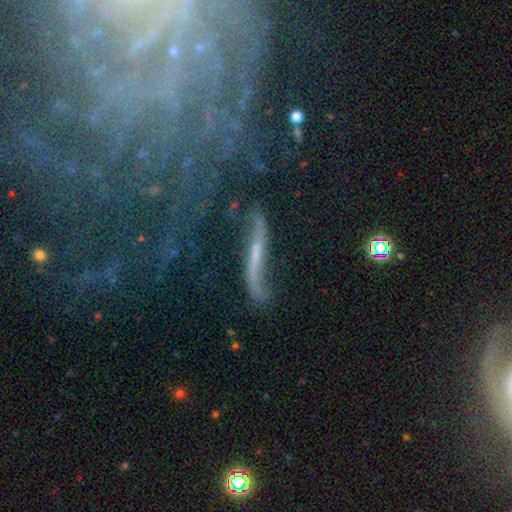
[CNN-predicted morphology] smooth_or_featured: featured or disk (p=0.67) [alt: smooth p=0.22]
disk_edge_on: no (p=0.56) [alt: yes p=0.44]
merging: none (p=0.50) [alt: minor disturbance p=0.23]